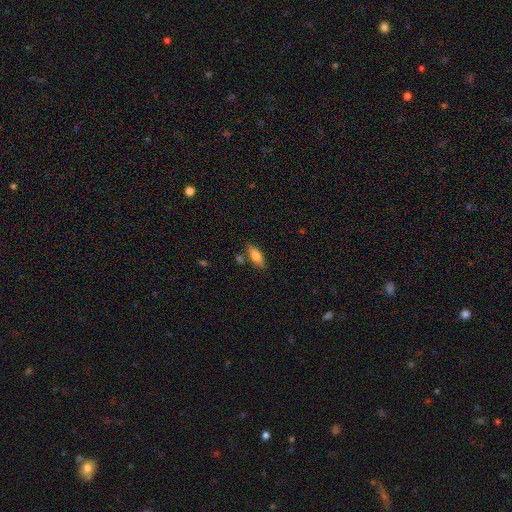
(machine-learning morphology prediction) This appears to be a smooth galaxy with no disk features (72%) that is in between round and cigar-shaped (68%). Merging: none (76%).